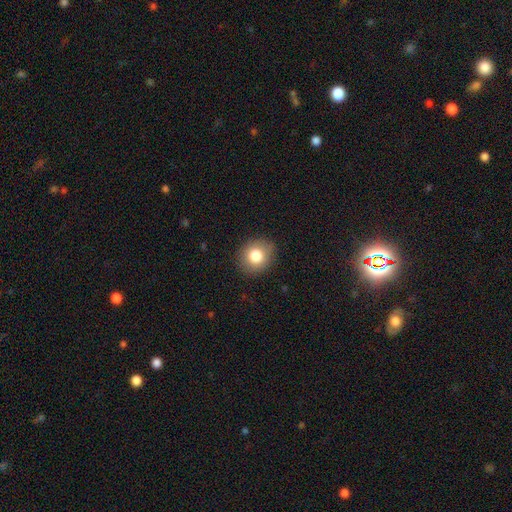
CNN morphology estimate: Smooth or featured: smooth — 81% (featured or disk — 10%)
How rounded: round — 75% (in between — 24%)
Merging: none — 87% (minor disturbance — 9%)